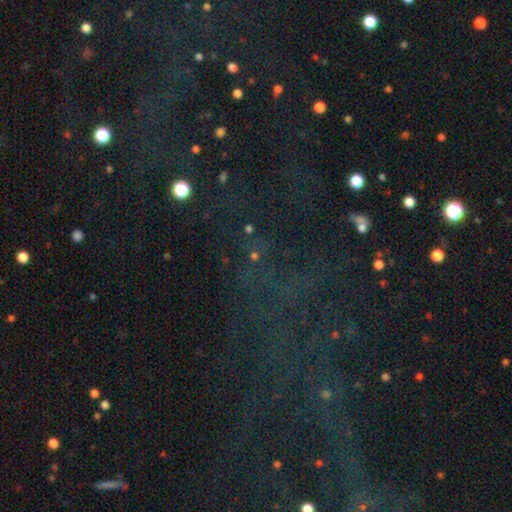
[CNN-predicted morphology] This appears to be a star or artifact, not a galaxy (68%).